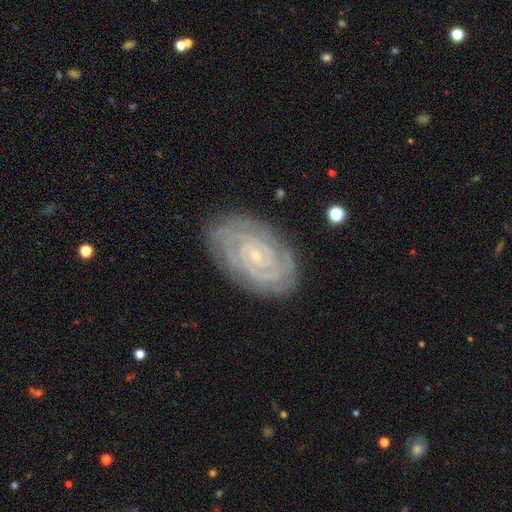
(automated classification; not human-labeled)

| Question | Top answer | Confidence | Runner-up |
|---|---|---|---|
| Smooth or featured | featured or disk | 90% | star or artifact (5%) |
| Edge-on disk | no | 97% | yes (3%) |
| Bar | no | 66% | weak (24%) |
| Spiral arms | yes | 98% | no (2%) |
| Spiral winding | tight | 86% | medium (12%) |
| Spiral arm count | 2 | 42% | 3 (17%) |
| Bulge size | small | 87% | moderate (9%) |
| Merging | none | 84% | minor disturbance (12%) |